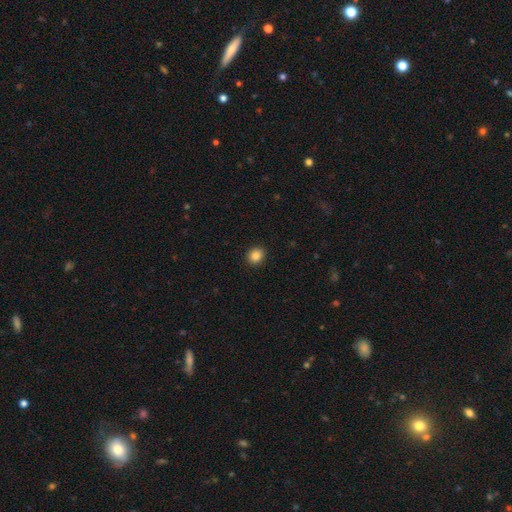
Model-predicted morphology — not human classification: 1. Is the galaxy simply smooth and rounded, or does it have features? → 85% smooth, 10% star or artifact, 5% featured or disk.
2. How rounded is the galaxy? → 75% round, 24% in between, 1% cigar-shaped.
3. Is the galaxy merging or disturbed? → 92% none, 5% minor disturbance, 2% major disturbance, 1% merger.